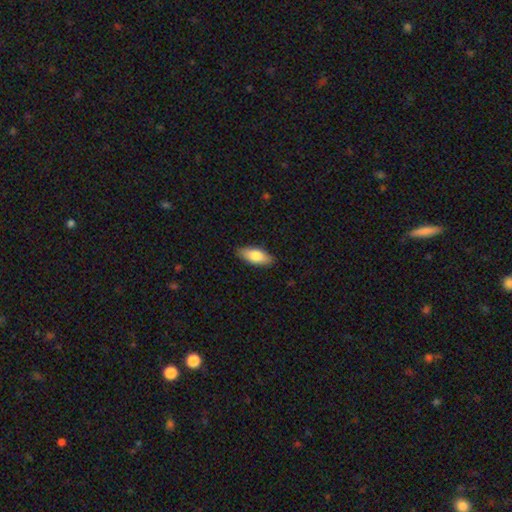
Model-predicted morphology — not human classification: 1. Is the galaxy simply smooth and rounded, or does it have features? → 77% smooth, 17% featured or disk, 6% star or artifact.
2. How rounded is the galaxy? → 79% in between, 18% cigar-shaped, 3% round.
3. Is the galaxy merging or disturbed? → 87% none, 10% minor disturbance, 2% major disturbance, 1% merger.